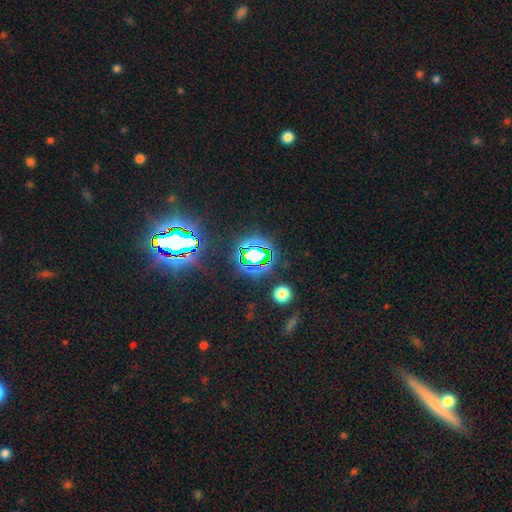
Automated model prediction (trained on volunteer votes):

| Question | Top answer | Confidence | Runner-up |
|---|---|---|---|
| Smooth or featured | star or artifact | 72% | smooth (18%) |